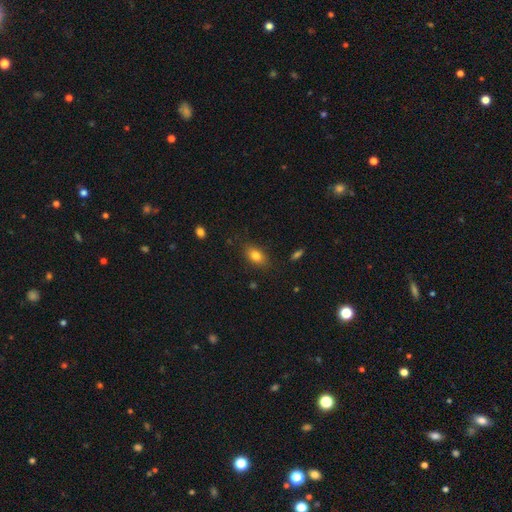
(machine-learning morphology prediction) This is clearly a smooth galaxy (81%). How rounded: clearly in between (83%). Merging: clearly none (83%).